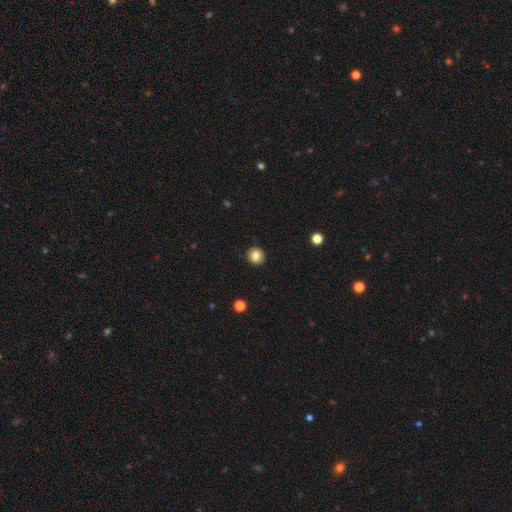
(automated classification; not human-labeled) Smooth or featured? smooth (84%)
How rounded? round (93%)
Merging? none (92%)